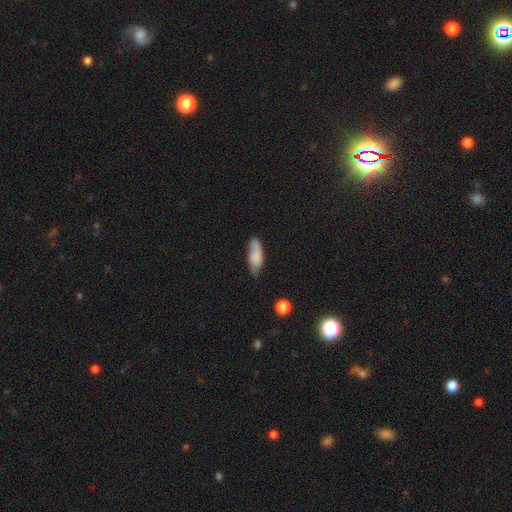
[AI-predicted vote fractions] Overall: smooth (68%). How rounded: in between (75%). Merging: none (60%; minor disturbance 29%).